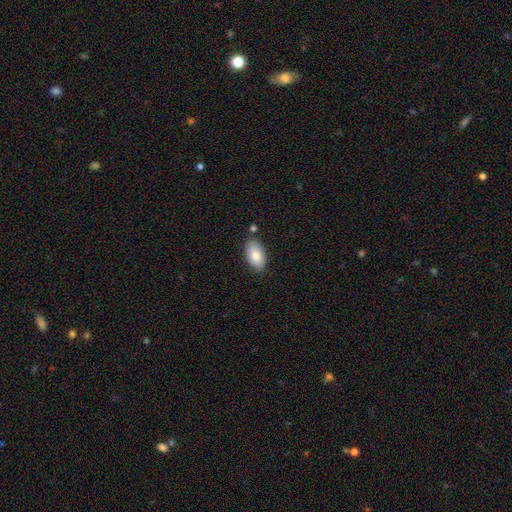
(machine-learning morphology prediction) Smooth or featured?
  - smooth: 83% *
  - featured or disk: 11%
  - star or artifact: 7%
How rounded?
  - in between: 94% *
  - round: 4%
  - cigar-shaped: 2%
Merging?
  - none: 82% *
  - minor disturbance: 12%
  - merger: 4%
  - major disturbance: 2%